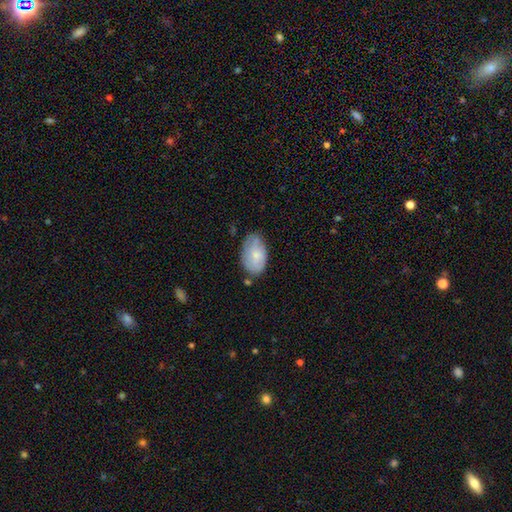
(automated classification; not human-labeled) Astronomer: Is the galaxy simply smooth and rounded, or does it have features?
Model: smooth — 61%.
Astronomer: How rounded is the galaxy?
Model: in between — 92%.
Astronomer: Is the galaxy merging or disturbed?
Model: none — 63%.